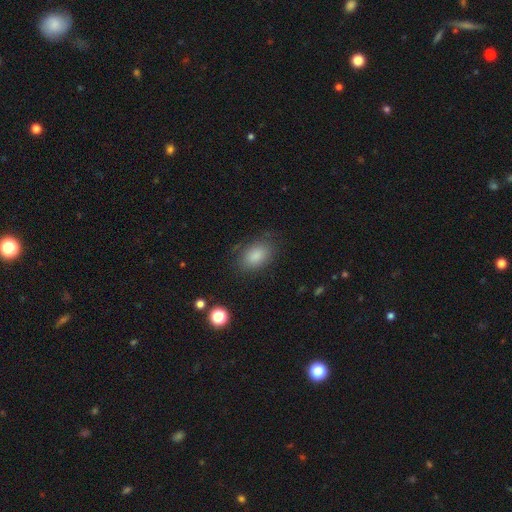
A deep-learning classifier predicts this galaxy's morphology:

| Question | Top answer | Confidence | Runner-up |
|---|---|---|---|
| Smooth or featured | smooth | 86% | star or artifact (8%) |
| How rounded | in between | 86% | round (13%) |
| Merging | none | 79% | minor disturbance (15%) |